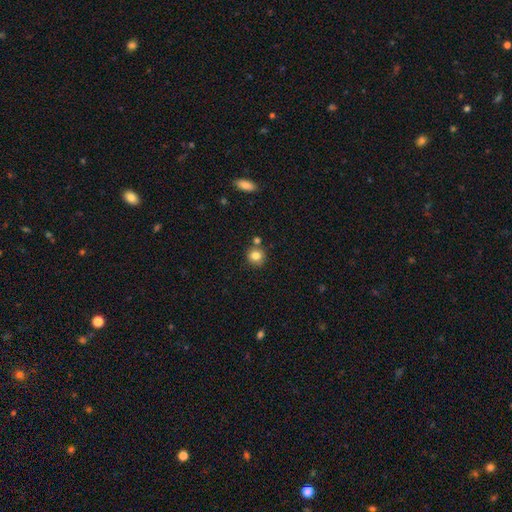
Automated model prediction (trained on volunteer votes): This appears to be a smooth galaxy with no disk features (81%) that is round (90%). Merging: none (77%).